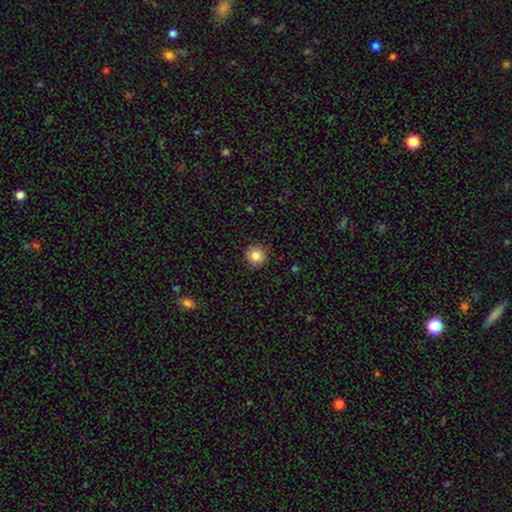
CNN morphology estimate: A smooth galaxy with no disk features (84%) that is round (94%). Merging: none (90%).